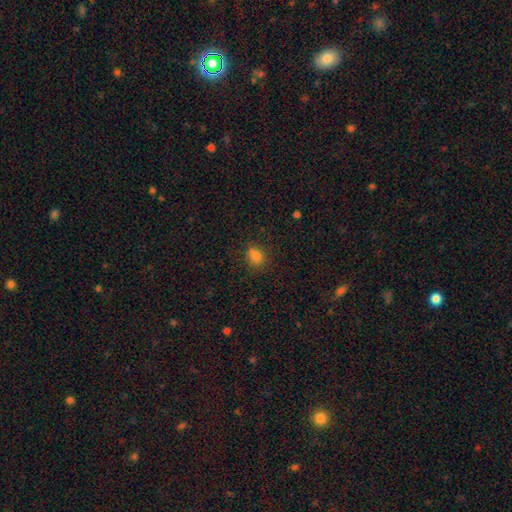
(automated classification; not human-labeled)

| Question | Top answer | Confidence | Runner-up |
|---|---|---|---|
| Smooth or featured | smooth | 75% | star or artifact (18%) |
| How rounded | round | 55% | in between (43%) |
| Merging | none | 69% | minor disturbance (15%) |